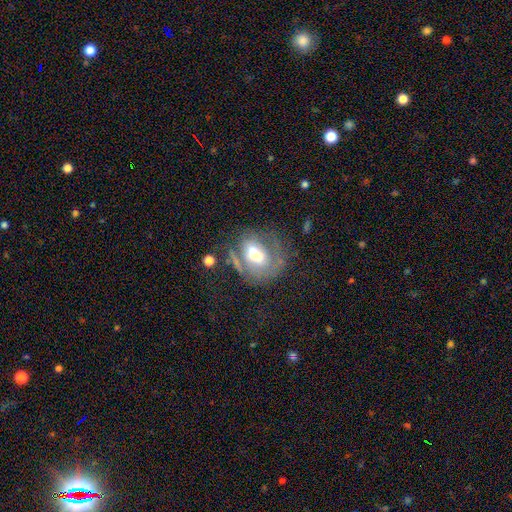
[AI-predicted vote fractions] smooth_or_featured: featured or disk (p=0.47) [alt: smooth p=0.42]
merging: none (p=0.35) [alt: merger p=0.24]